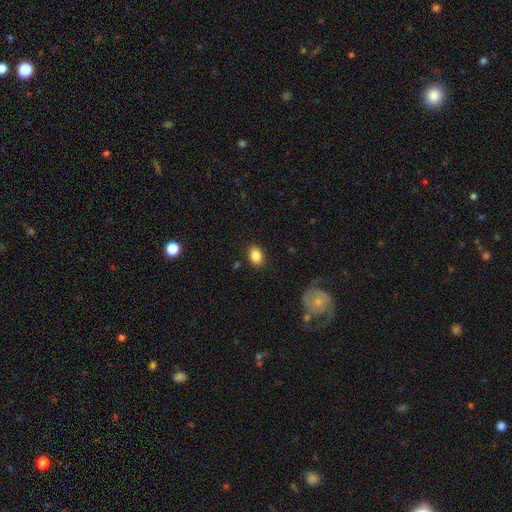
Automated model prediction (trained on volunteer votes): smooth_or_featured: smooth (p=0.85) [alt: star or artifact p=0.08]
how_rounded: in between (p=0.77) [alt: round p=0.22]
merging: none (p=0.86) [alt: minor disturbance p=0.10]